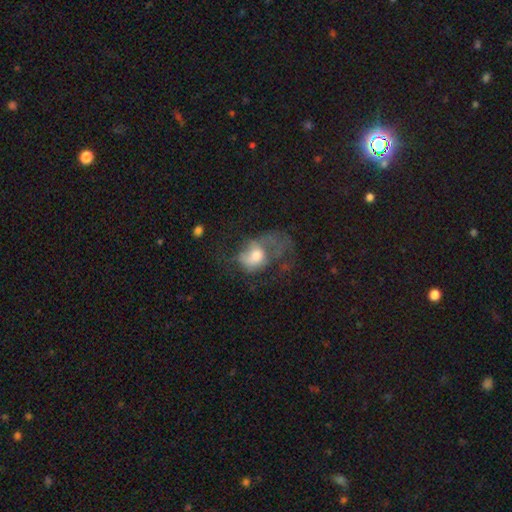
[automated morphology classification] Q: Smooth or featured?
A: smooth (51%); runner-up: featured or disk (40%)
Q: How rounded?
A: in between (62%); runner-up: round (37%)
Q: Merging?
A: major disturbance (60%); runner-up: none (19%)